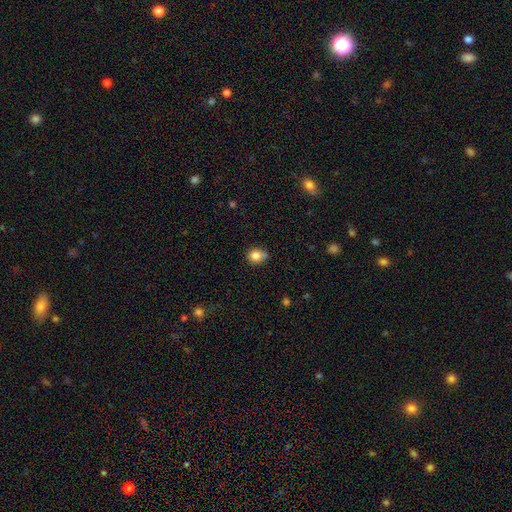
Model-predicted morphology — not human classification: Smooth or featured: smooth — 81% (star or artifact — 11%)
How rounded: round — 72% (in between — 27%)
Merging: none — 61% (minor disturbance — 23%)